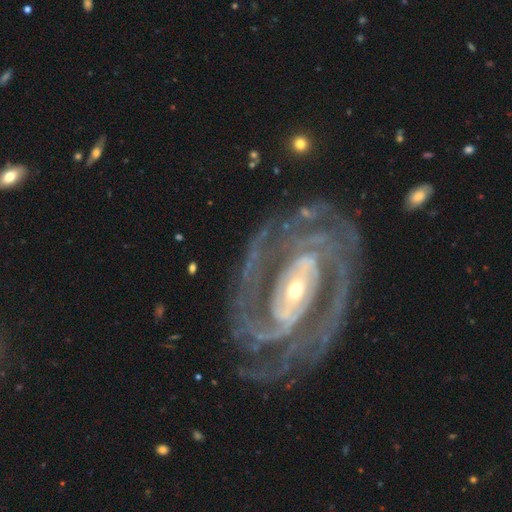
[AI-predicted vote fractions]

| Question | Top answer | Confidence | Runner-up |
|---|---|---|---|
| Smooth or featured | featured or disk | 92% | star or artifact (5%) |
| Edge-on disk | no | 97% | yes (3%) |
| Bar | strong | 40% | weak (30%) |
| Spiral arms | yes | 98% | no (2%) |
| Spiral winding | tight | 66% | medium (29%) |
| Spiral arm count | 2 | 43% | 3 (19%) |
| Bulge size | small | 56% | moderate (37%) |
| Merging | none | 74% | minor disturbance (16%) |